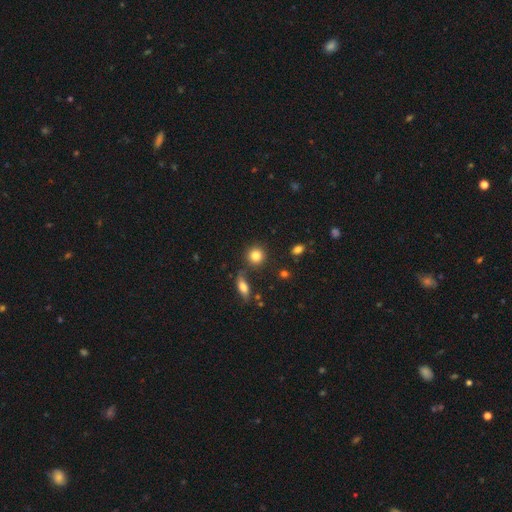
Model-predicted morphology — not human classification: type=smooth (82%); roundness=round (88%); merging=none (78%).